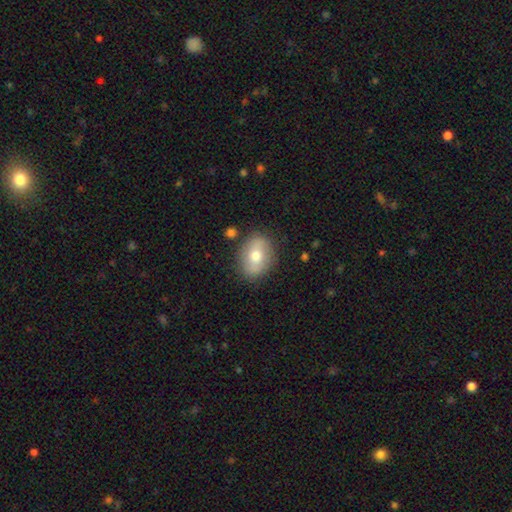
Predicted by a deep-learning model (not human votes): Q: Smooth or featured?
A: smooth (63%); runner-up: featured or disk (30%)
Q: How rounded?
A: in between (61%); runner-up: round (38%)
Q: Merging?
A: none (83%); runner-up: minor disturbance (12%)